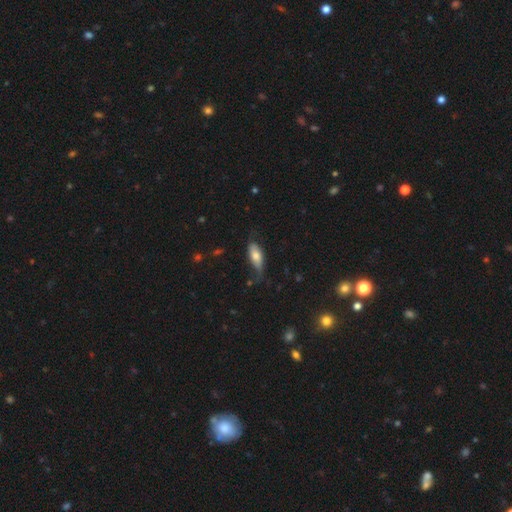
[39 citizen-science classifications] smooth 49% (tied), featured or disk 49% (tied), star or artifact 3%. Down the decision tree: how rounded — in between (79%); merging — none (47%).